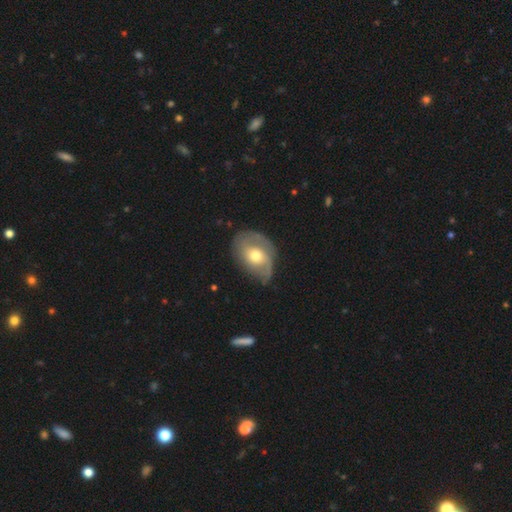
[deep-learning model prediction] This is possibly a featured or disk galaxy (57%). It is clearly not viewed edge-on (94%). Bar: likely no (71%). Spiral arm pattern: likely yes (70%). Central bulge: likely moderate (69%). Merging: possibly none (59%).